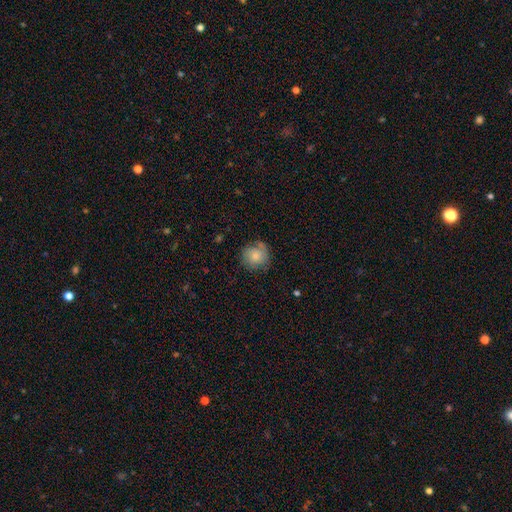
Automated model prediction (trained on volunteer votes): Smooth or featured: smooth — 60% (featured or disk — 32%)
How rounded: round — 88% (in between — 12%)
Merging: none — 72% (minor disturbance — 20%)